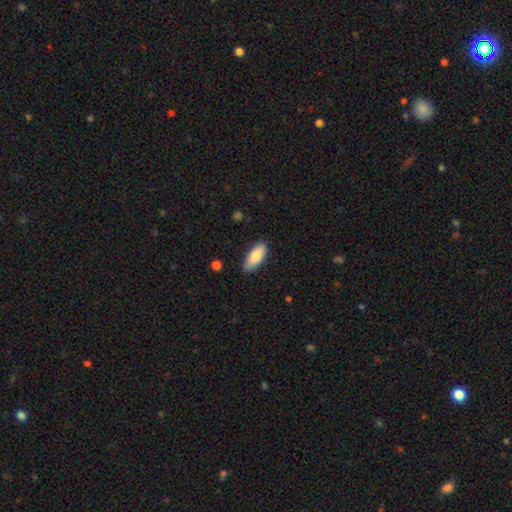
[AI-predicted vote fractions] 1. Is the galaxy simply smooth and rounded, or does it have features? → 81% smooth, 14% featured or disk, 6% star or artifact.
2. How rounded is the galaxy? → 80% in between, 18% cigar-shaped, 2% round.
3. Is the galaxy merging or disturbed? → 84% none, 12% minor disturbance, 2% major disturbance, 1% merger.